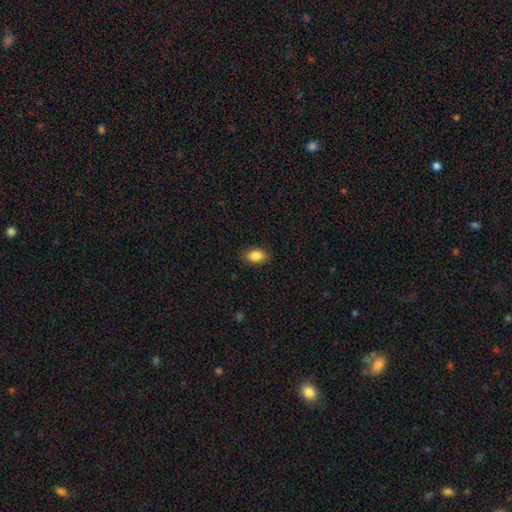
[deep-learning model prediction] Q: Smooth or featured?
A: smooth (87%); runner-up: star or artifact (8%)
Q: How rounded?
A: in between (86%); runner-up: round (13%)
Q: Merging?
A: none (85%); runner-up: minor disturbance (12%)